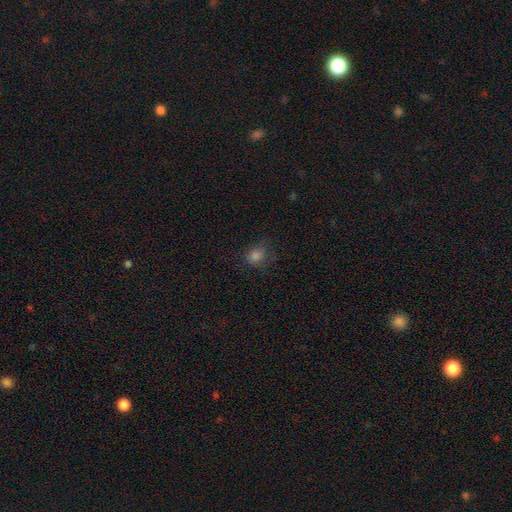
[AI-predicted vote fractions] Smooth or featured?
  - smooth: 77% *
  - star or artifact: 17%
  - featured or disk: 6%
How rounded?
  - round: 52% *
  - in between: 46%
  - cigar-shaped: 1%
Merging?
  - none: 72% *
  - minor disturbance: 18%
  - major disturbance: 8%
  - merger: 1%